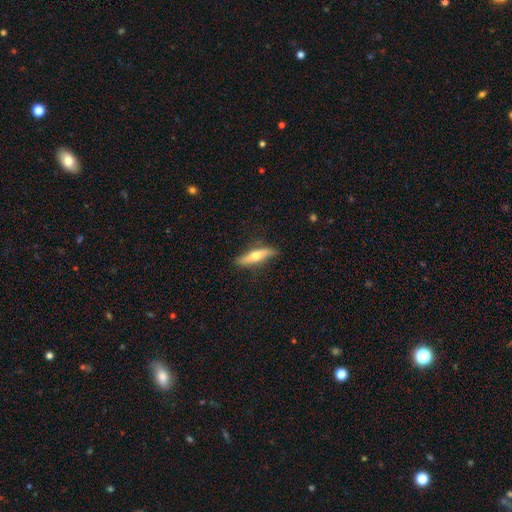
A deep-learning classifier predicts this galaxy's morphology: type=smooth (52%); roundness=cigar-shaped (72%); merging=none (81%).